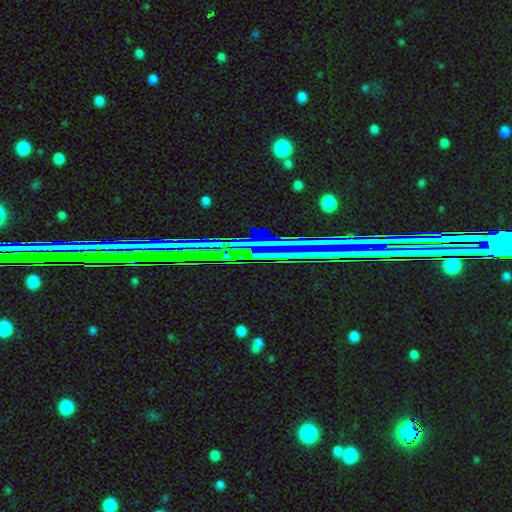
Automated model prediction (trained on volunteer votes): smooth_or_featured: star or artifact (p=0.71) [alt: featured or disk p=0.16]